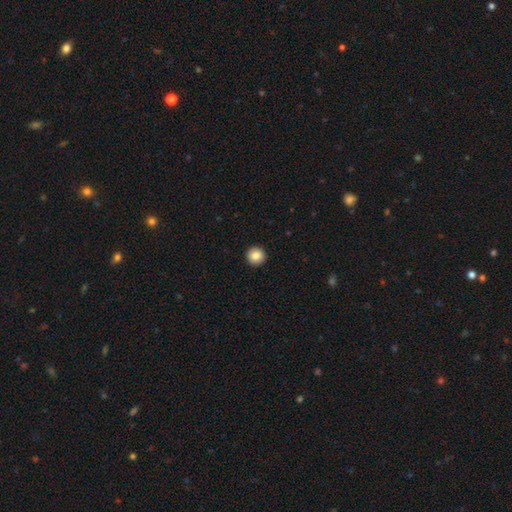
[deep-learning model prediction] Q: Smooth or featured?
A: smooth (85%); runner-up: star or artifact (8%)
Q: How rounded?
A: round (95%); runner-up: in between (4%)
Q: Merging?
A: none (94%); runner-up: minor disturbance (4%)